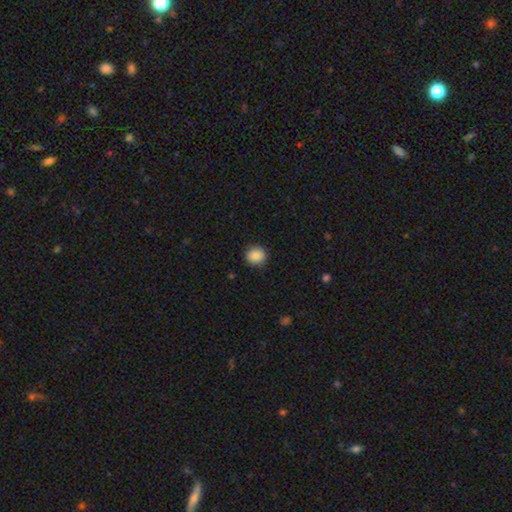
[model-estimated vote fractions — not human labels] Smooth or featured?
  - smooth: 87% *
  - star or artifact: 9%
  - featured or disk: 4%
How rounded?
  - round: 88% *
  - in between: 11%
  - cigar-shaped: 1%
Merging?
  - none: 90% *
  - minor disturbance: 7%
  - major disturbance: 2%
  - merger: 1%